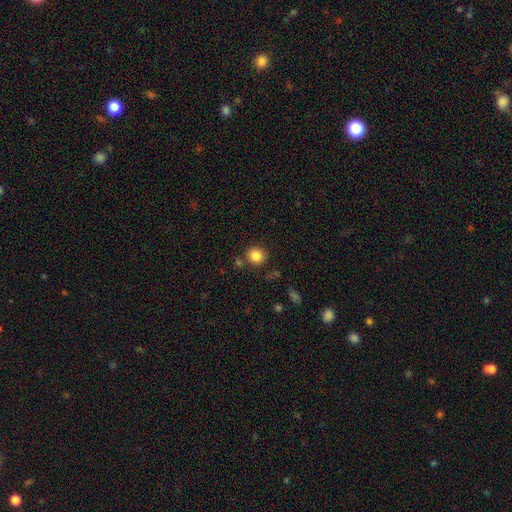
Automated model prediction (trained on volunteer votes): This is clearly a smooth galaxy (85%). How rounded: clearly round (87%). Merging: clearly none (81%).